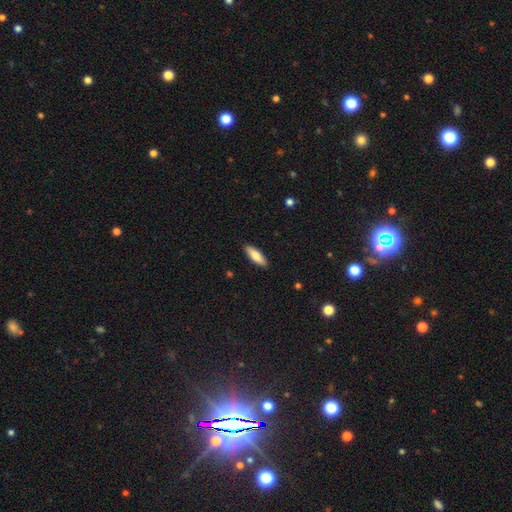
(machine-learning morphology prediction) A smooth galaxy with no disk features (81%) that is in between round and cigar-shaped (55%).

Vote fractions:
- Smooth or featured? smooth: 81% / featured or disk: 14% / star or artifact: 6%
- How rounded? in between: 55% / cigar-shaped: 43% / round: 2%
- Merging? none: 89% / minor disturbance: 8% / major disturbance: 2% / merger: 1%